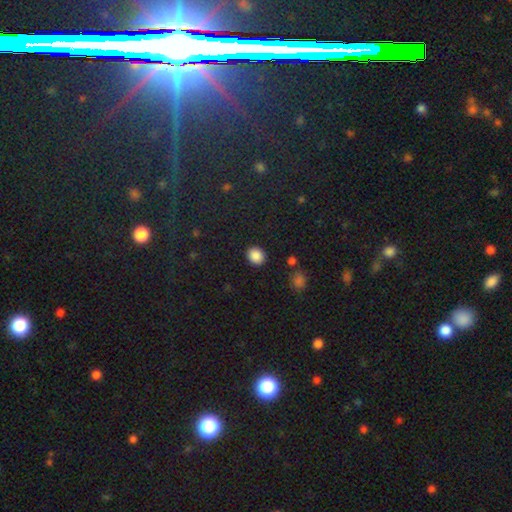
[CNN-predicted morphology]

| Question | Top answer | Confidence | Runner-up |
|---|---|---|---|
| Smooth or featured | smooth | 87% | star or artifact (9%) |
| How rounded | round | 69% | in between (30%) |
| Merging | none | 89% | minor disturbance (7%) |